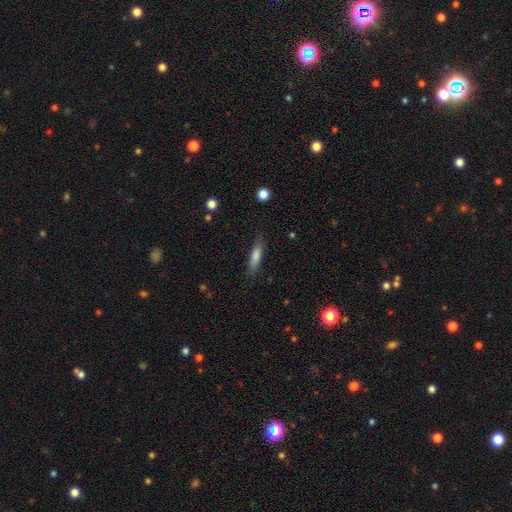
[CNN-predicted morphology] A smooth galaxy with no disk features (73%) that is cigar-shaped (79%). Merging: none (82%).